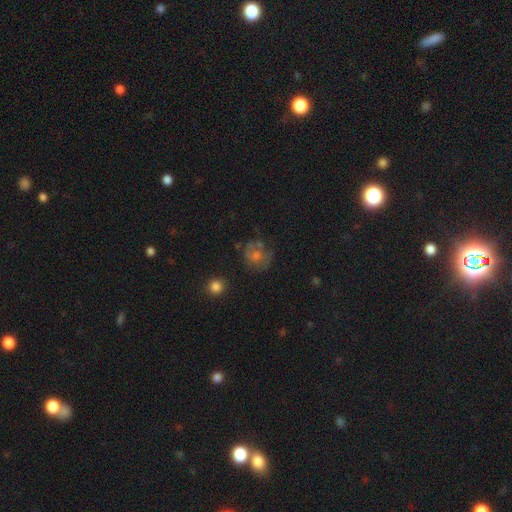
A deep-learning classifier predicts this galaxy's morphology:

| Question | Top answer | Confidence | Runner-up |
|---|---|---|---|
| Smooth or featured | smooth | 44% | featured or disk (36%) |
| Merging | none | 62% | minor disturbance (20%) |